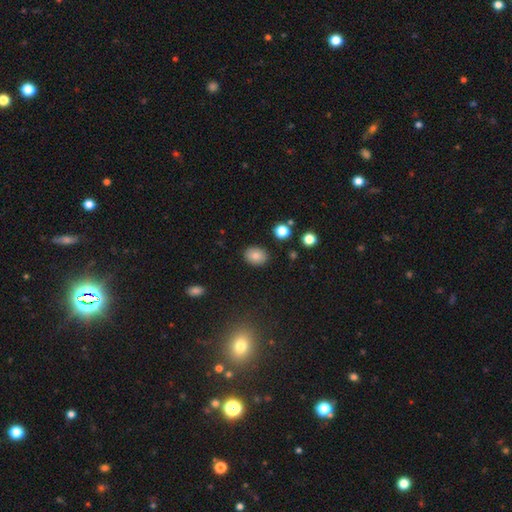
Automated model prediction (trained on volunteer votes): Smooth or featured? Predicted: smooth (p=0.82). How rounded? Predicted: in between (p=0.60). Merging? Predicted: none (p=0.88).